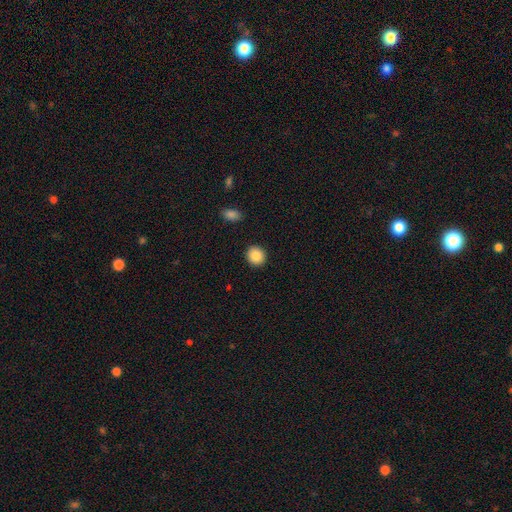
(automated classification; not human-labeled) Smooth or featured? smooth (86%)
How rounded? round (87%)
Merging? none (92%)